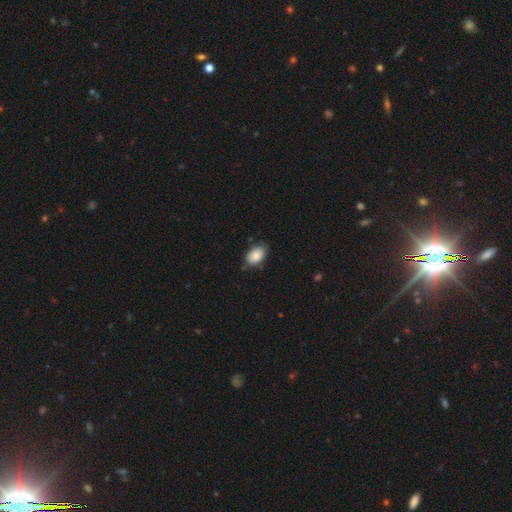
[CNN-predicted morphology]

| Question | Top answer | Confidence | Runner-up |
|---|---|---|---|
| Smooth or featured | smooth | 85% | featured or disk (8%) |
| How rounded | in between | 89% | round (10%) |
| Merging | none | 73% | minor disturbance (22%) |